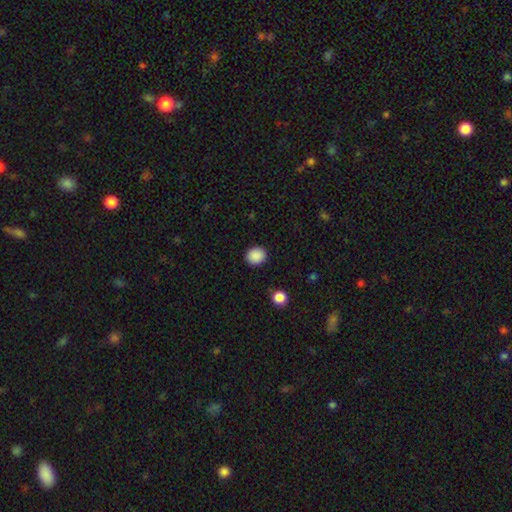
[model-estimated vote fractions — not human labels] smooth-or-featured: smooth: 88% | star or artifact: 9% | featured or disk: 2%
  how-rounded: round: 76% | in between: 23% | cigar-shaped: 1%
  merging: none: 90% | minor disturbance: 7% | major disturbance: 2% | merger: 1%